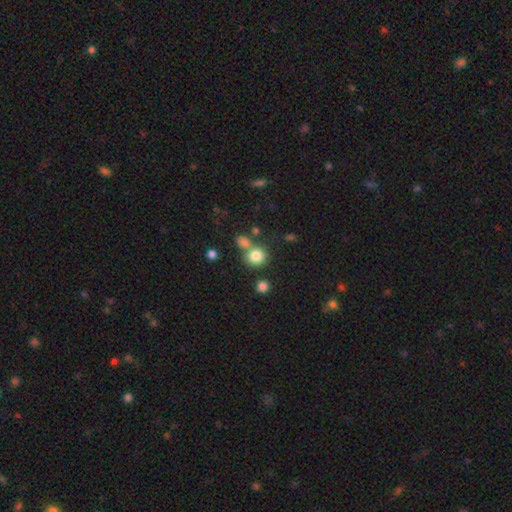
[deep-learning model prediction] Smooth or featured? Predicted: smooth (p=0.81). How rounded? Predicted: round (p=0.82). Merging? Predicted: none (p=0.60).